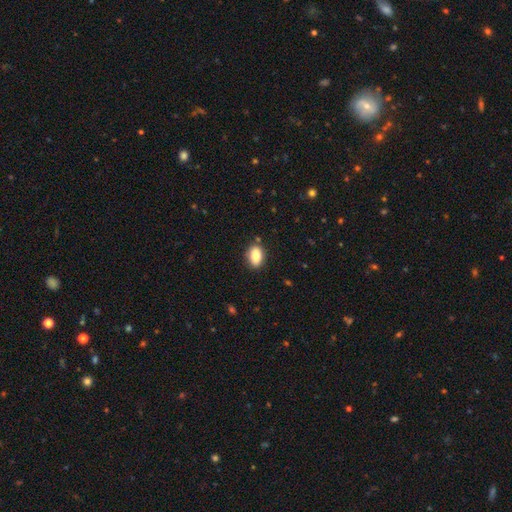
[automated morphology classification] Smooth or featured: smooth — 83% (featured or disk — 9%)
How rounded: in between — 87% (round — 11%)
Merging: none — 85% (minor disturbance — 11%)